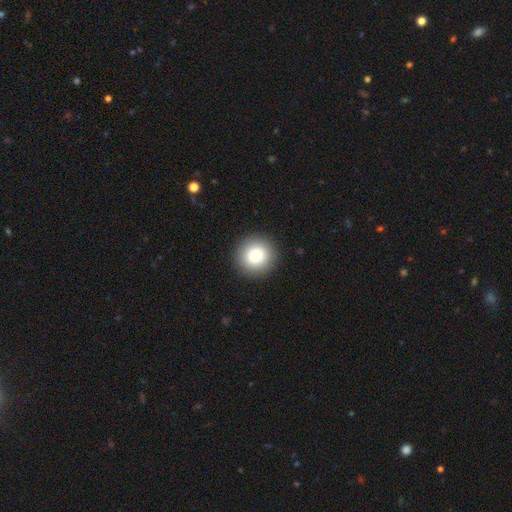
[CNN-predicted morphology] A smooth galaxy with no disk features (79%) that is round (94%).

Vote fractions:
- Smooth or featured? smooth: 79% / featured or disk: 11% / star or artifact: 10%
- How rounded? round: 94% / in between: 5% / cigar-shaped: 1%
- Merging? none: 91% / minor disturbance: 6% / major disturbance: 2% / merger: 1%